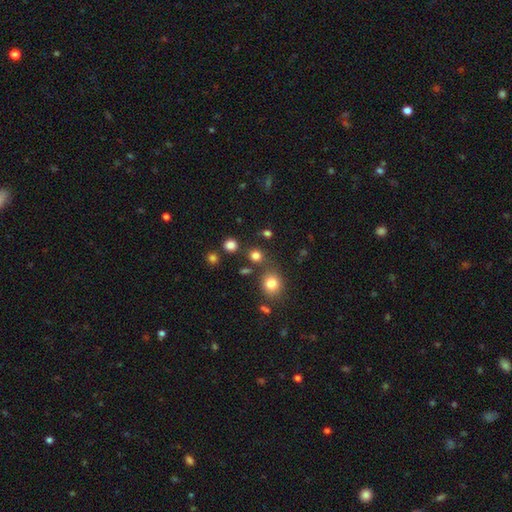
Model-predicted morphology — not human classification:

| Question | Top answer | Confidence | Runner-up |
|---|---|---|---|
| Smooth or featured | smooth | 79% | star or artifact (16%) |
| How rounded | round | 87% | in between (12%) |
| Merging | none | 76% | merger (11%) |